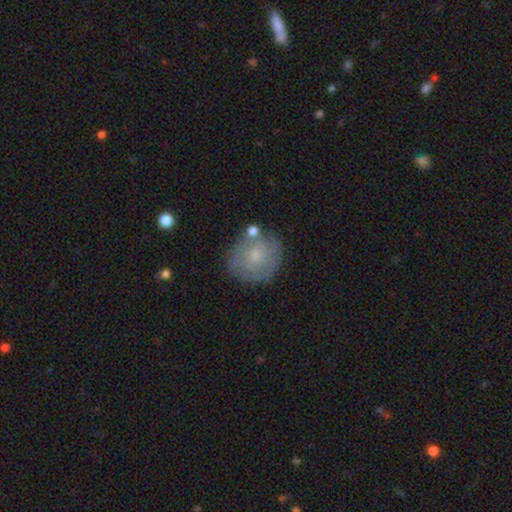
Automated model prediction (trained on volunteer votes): A smooth galaxy with no disk features (48%).

Vote fractions:
- Smooth or featured? smooth: 48% / featured or disk: 44% / star or artifact: 8%
- Merging? none: 69% / minor disturbance: 18% / merger: 7% / major disturbance: 6%